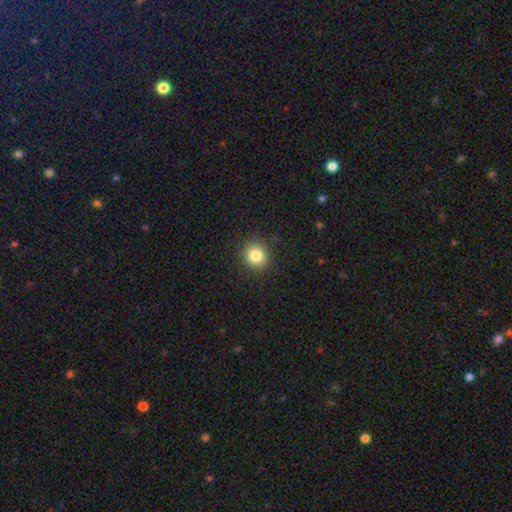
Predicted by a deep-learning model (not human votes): Smooth or featured?
  - smooth: 82% *
  - star or artifact: 11%
  - featured or disk: 7%
How rounded?
  - round: 84% *
  - in between: 15%
  - cigar-shaped: 1%
Merging?
  - none: 89% *
  - minor disturbance: 8%
  - major disturbance: 2%
  - merger: 1%